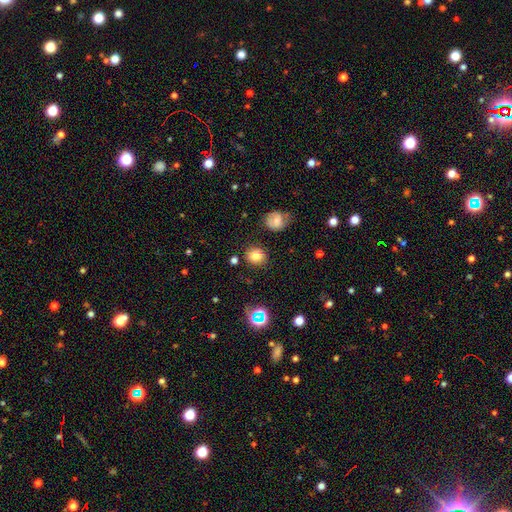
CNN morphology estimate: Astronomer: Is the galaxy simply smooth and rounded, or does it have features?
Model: smooth — 78%.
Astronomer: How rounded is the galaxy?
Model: round — 72%.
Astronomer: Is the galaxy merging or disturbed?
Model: none — 85%.